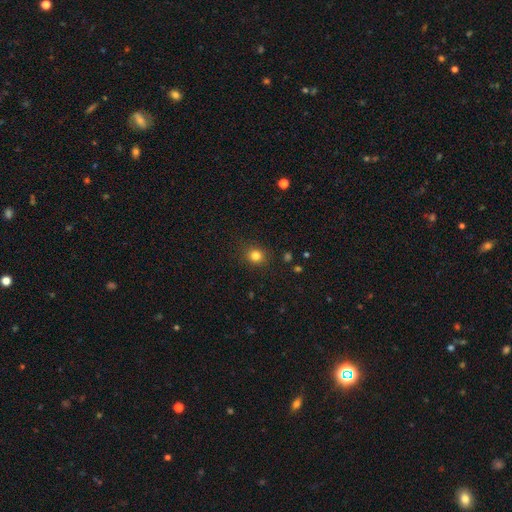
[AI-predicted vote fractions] Smooth or featured: smooth — 82% (star or artifact — 13%)
How rounded: round — 82% (in between — 17%)
Merging: none — 88% (minor disturbance — 8%)